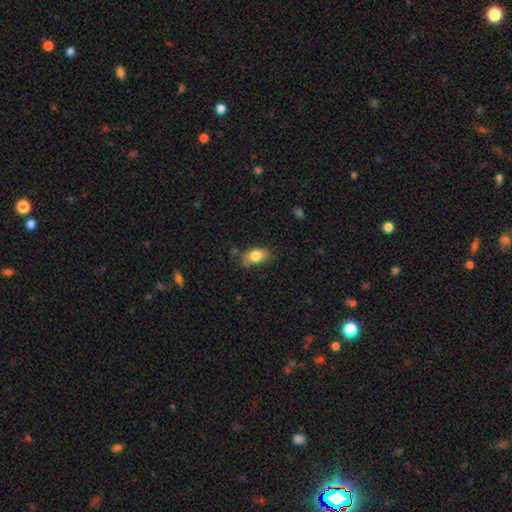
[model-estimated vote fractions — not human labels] Q: Smooth or featured?
A: smooth (82%); runner-up: featured or disk (10%)
Q: How rounded?
A: in between (86%); runner-up: round (12%)
Q: Merging?
A: none (61%); runner-up: minor disturbance (28%)